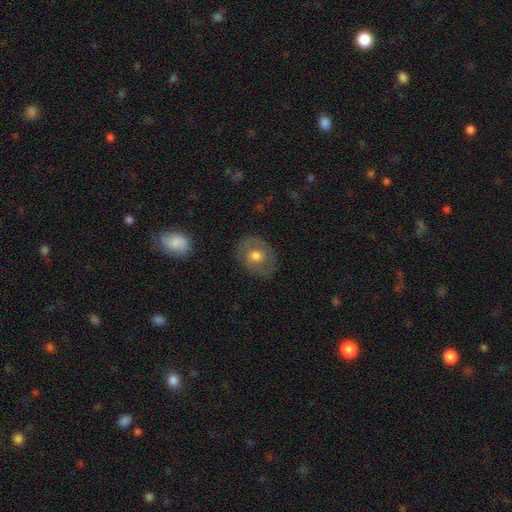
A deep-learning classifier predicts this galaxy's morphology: This is possibly a smooth galaxy (49%). Merging: clearly none (81%).